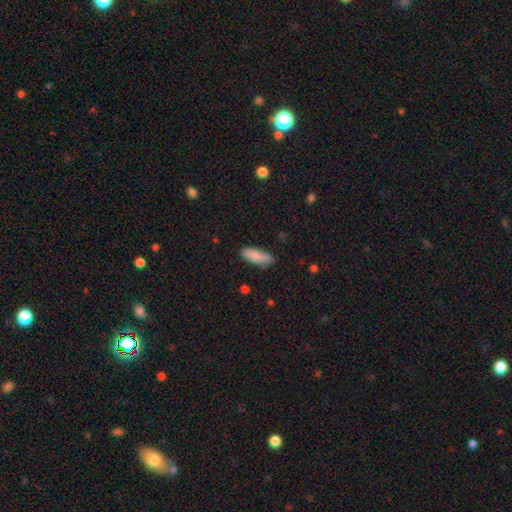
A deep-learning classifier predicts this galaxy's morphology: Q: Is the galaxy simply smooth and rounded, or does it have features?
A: smooth — 86%.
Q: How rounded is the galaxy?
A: in between — 70%.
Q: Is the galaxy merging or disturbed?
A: none — 77%.